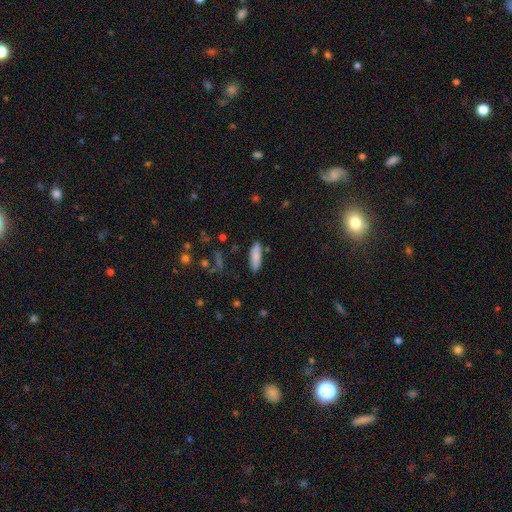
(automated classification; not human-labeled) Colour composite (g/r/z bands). It shows a smooth galaxy with no disk features (83%) that is cigar-shaped (55%). Merging: none (83%).